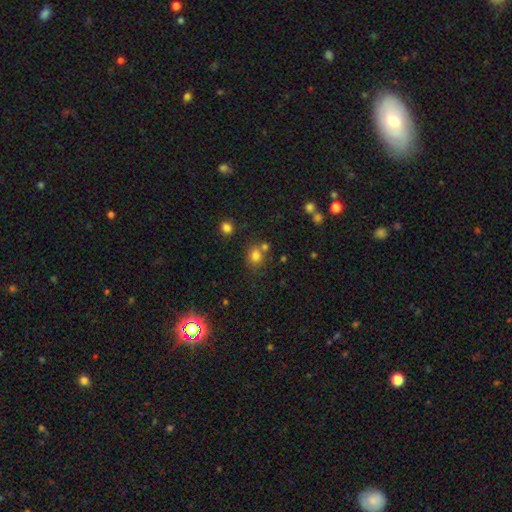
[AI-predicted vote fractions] This appears to be a smooth galaxy with no disk features (77%) that is round (73%). Merging: none (62%).